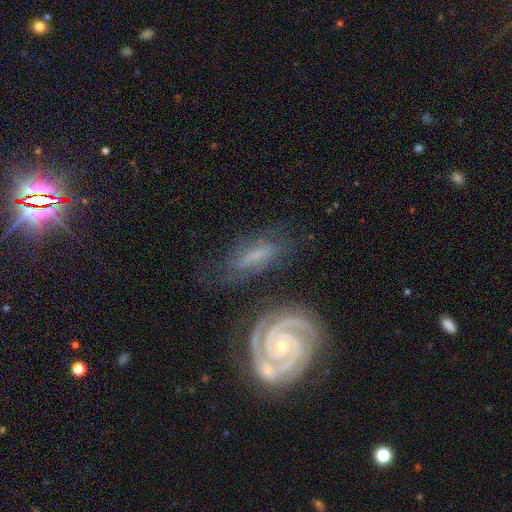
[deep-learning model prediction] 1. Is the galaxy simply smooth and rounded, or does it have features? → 76% featured or disk, 16% smooth, 8% star or artifact.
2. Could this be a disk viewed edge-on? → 91% no, 9% yes.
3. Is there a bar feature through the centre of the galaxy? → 39% strong, 32% weak, 29% no.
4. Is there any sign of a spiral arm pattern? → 96% yes, 4% no.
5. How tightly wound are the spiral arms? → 69% tight, 25% medium, 6% loose.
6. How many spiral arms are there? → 74% 2, 10% can't tell, 10% 3, 2% 4, 2% 1, 2% more than 4.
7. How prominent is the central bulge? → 66% small, 20% moderate, 11% none, 2% large, 1% dominant.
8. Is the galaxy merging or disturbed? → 62% none, 21% minor disturbance, 9% merger, 8% major disturbance.